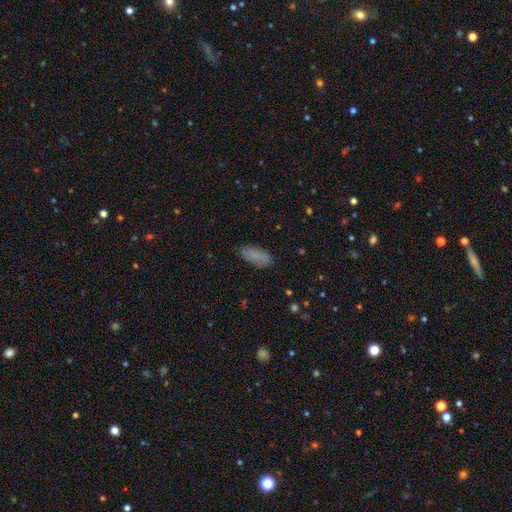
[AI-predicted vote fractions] Morphology: type=smooth (82%); roundness=in between (84%); merging=none (83%).